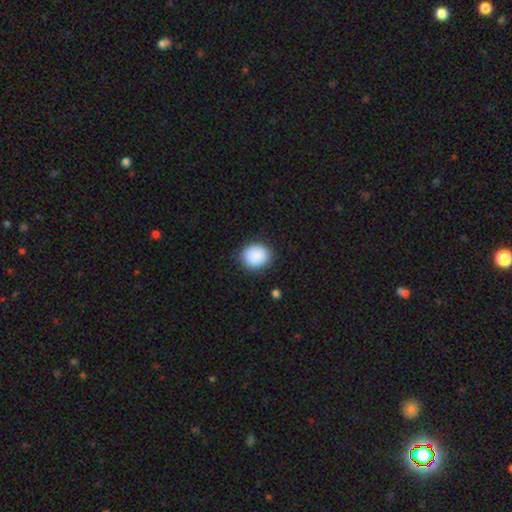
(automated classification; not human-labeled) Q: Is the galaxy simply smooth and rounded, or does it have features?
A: smooth — 89%.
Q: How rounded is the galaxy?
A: round — 76%.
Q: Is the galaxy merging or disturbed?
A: none — 87%.